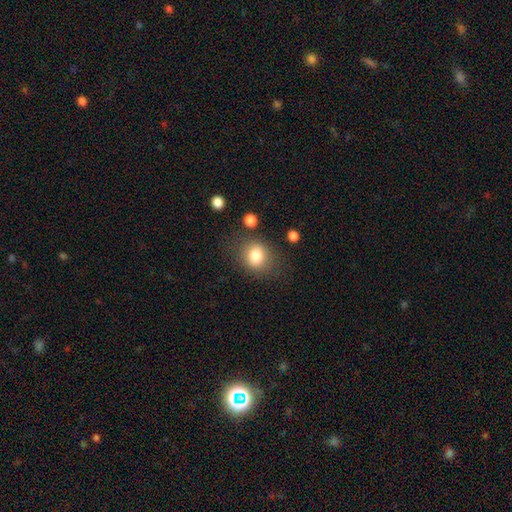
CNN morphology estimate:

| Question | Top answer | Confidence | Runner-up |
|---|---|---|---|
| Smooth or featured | smooth | 81% | star or artifact (10%) |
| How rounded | round | 66% | in between (33%) |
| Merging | none | 74% | minor disturbance (16%) |